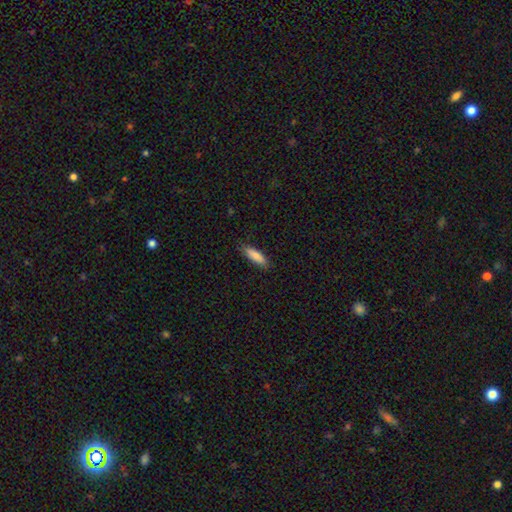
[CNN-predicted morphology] Q: Smooth or featured?
A: smooth (85%); runner-up: featured or disk (9%)
Q: How rounded?
A: cigar-shaped (54%); runner-up: in between (44%)
Q: Merging?
A: none (83%); runner-up: minor disturbance (14%)